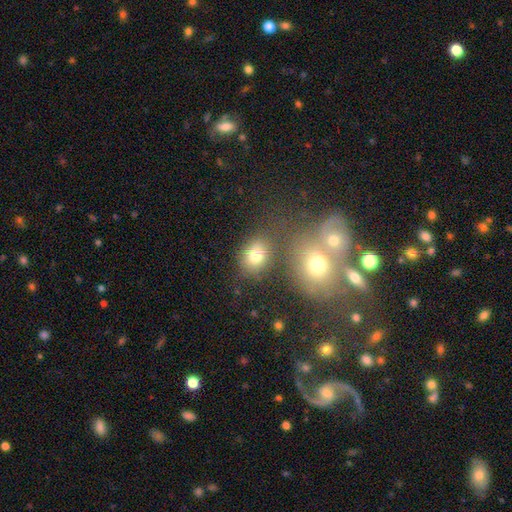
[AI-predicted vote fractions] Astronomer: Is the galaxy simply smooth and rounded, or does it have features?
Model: smooth — 75%.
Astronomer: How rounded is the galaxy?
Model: round — 54% (runner-up: in between, 45%).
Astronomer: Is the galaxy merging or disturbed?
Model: none — 66%.